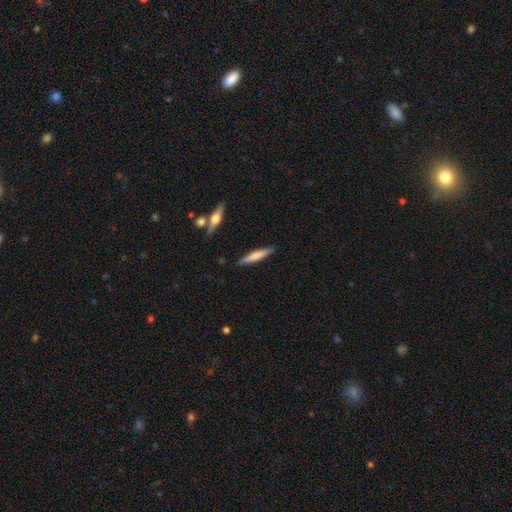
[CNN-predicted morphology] This appears to be a smooth galaxy with no disk features (64%) that is cigar-shaped (89%). Merging: none (88%).